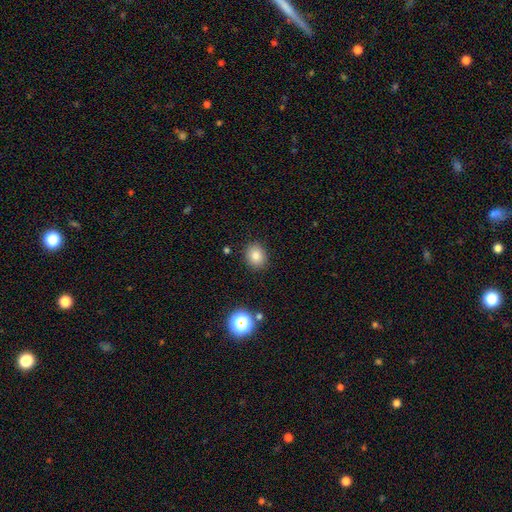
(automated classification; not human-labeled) Morphology: type=smooth (82%); roundness=round (68%); merging=none (88%).